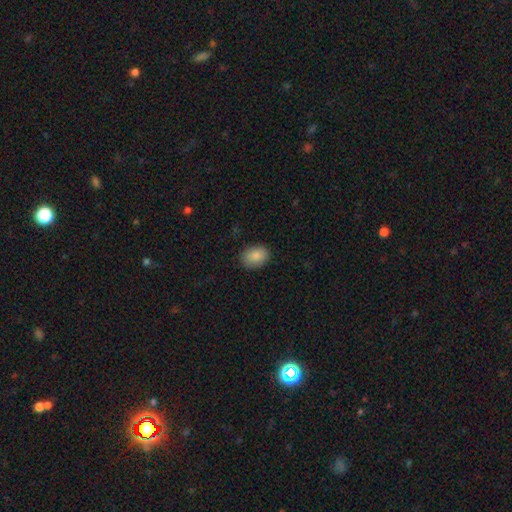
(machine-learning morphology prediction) Smooth or featured? smooth (87%)
How rounded? in between (77%)
Merging? none (86%)